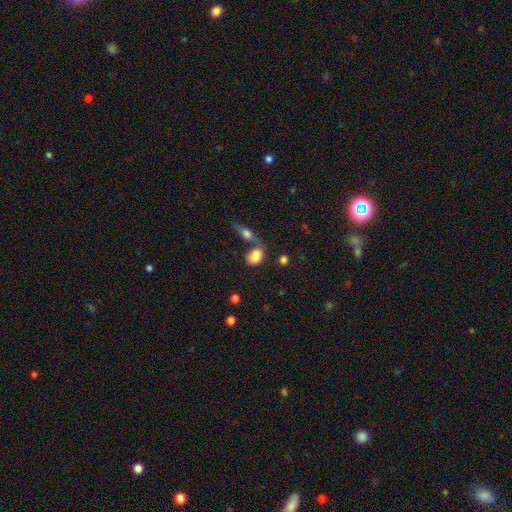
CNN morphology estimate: type=smooth (80%); roundness=in between (75%); merging=merger (40%).